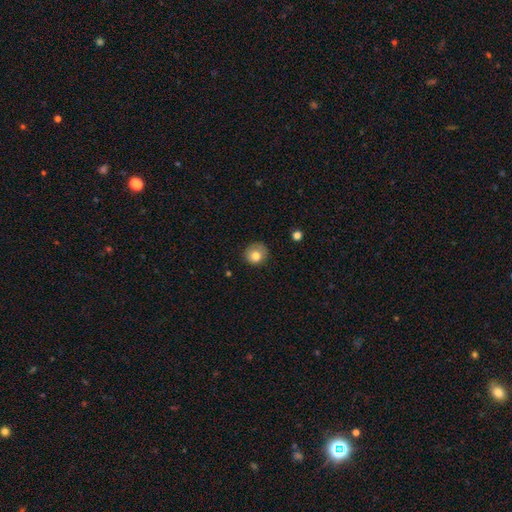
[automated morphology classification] This appears to be a smooth galaxy with no disk features (79%) that is round (88%). Merging: none (75%).